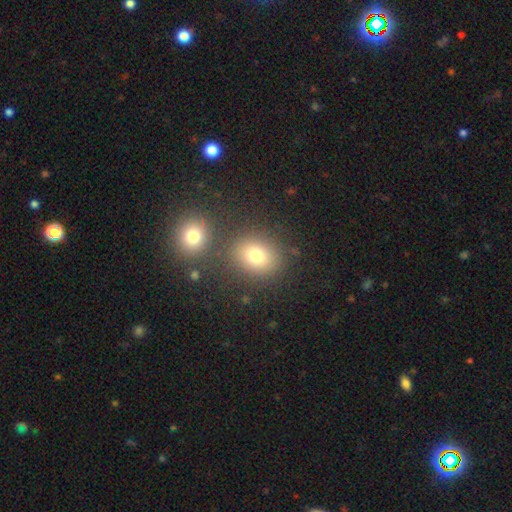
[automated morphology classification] type=smooth (75%); roundness=round (64%); merging=none (74%).